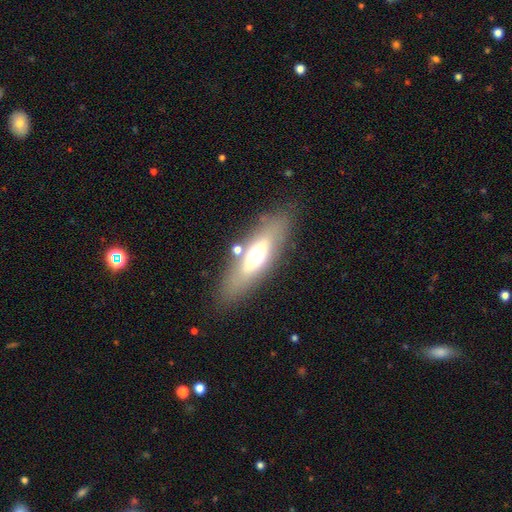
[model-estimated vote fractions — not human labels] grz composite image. It shows a smooth galaxy with no disk features (52%) that is in between round and cigar-shaped (55%). Merging: none (79%).